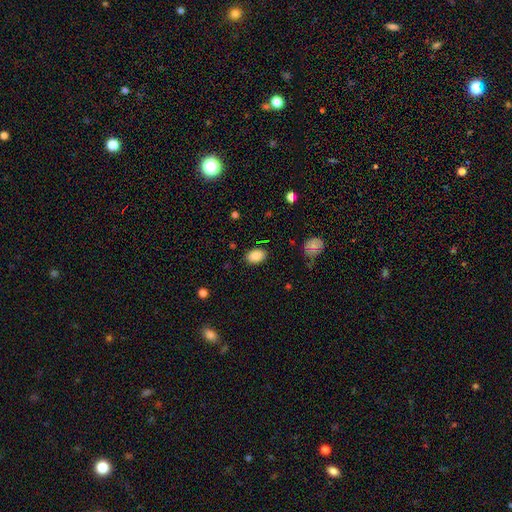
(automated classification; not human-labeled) Smooth or featured: smooth — 87% (star or artifact — 8%)
How rounded: in between — 85% (round — 13%)
Merging: none — 85% (minor disturbance — 11%)